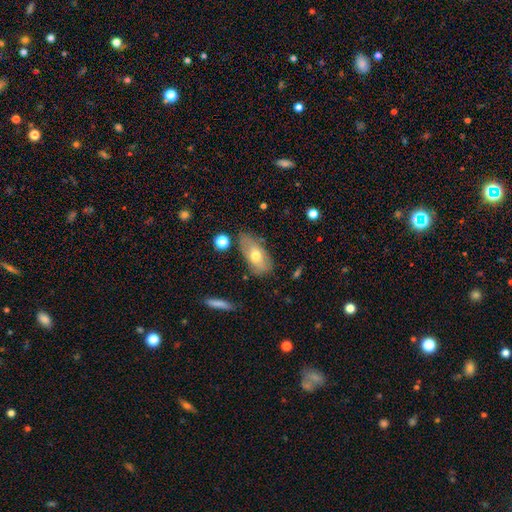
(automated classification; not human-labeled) Smooth or featured: smooth — 60% (featured or disk — 32%)
How rounded: in between — 88% (cigar-shaped — 8%)
Merging: none — 67% (minor disturbance — 22%)